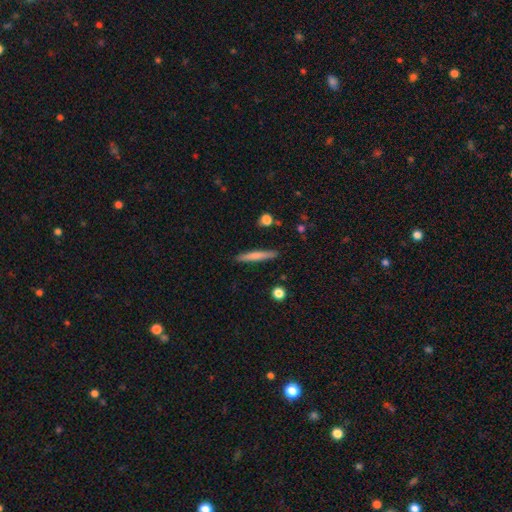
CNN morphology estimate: Smooth or featured?
  - smooth: 69% *
  - featured or disk: 25%
  - star or artifact: 6%
How rounded?
  - cigar-shaped: 94% *
  - in between: 4%
  - round: 2%
Merging?
  - none: 90% *
  - minor disturbance: 7%
  - major disturbance: 2%
  - merger: 2%